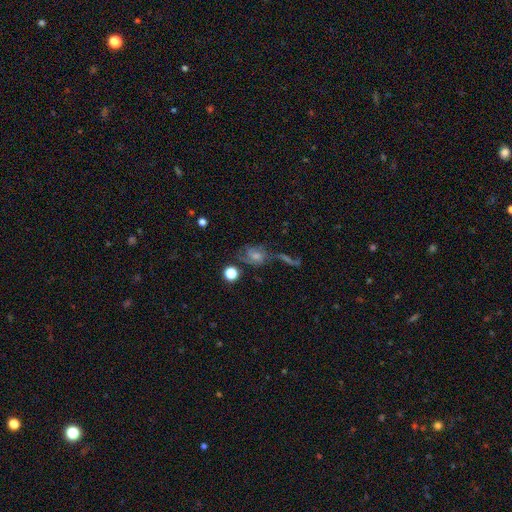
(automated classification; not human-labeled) Overall: featured or disk (48%; smooth 29%). Merging: none (49%; merger 18%).